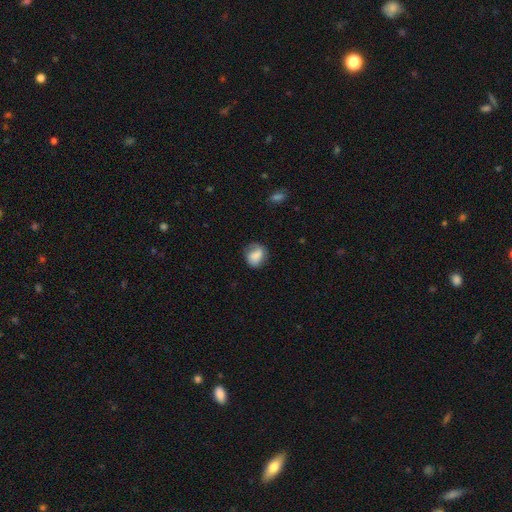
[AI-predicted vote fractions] This appears to be a smooth galaxy with no disk features (72%) that is round (56%). Merging: none (59%).